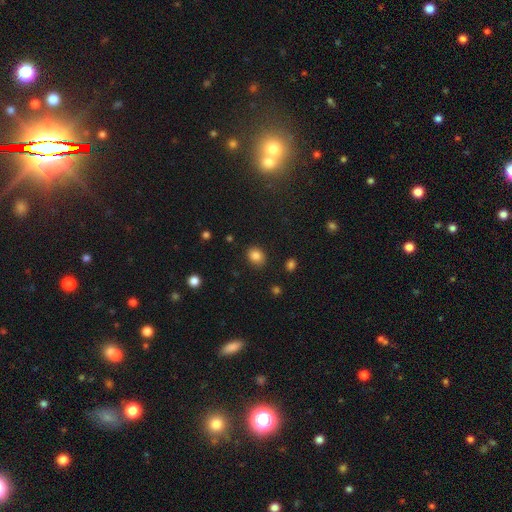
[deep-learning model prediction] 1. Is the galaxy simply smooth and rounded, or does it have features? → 84% smooth, 10% star or artifact, 5% featured or disk.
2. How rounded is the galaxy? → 54% round, 45% in between, 1% cigar-shaped.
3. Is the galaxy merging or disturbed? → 87% none, 9% minor disturbance, 3% major disturbance, 2% merger.